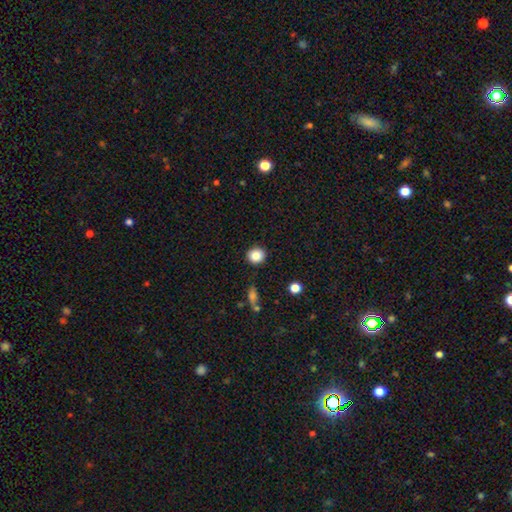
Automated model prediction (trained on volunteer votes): smooth 87%, star or artifact 9%, featured or disk 4%. Down the decision tree: how rounded — round (85%); merging — none (89%).